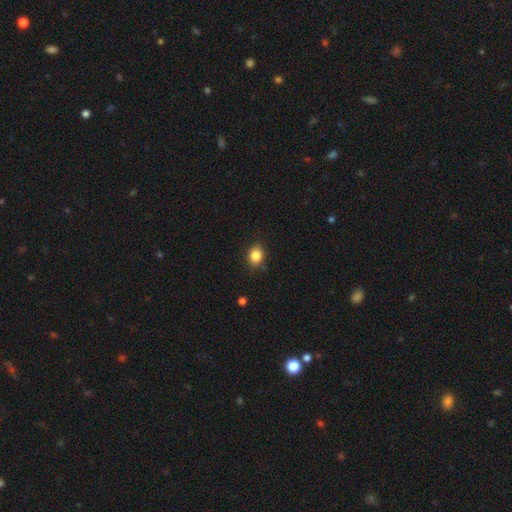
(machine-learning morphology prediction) Smooth or featured?
  - smooth: 85% *
  - star or artifact: 10%
  - featured or disk: 5%
How rounded?
  - in between: 52% *
  - round: 47%
  - cigar-shaped: 1%
Merging?
  - none: 83% *
  - minor disturbance: 13%
  - major disturbance: 3%
  - merger: 1%